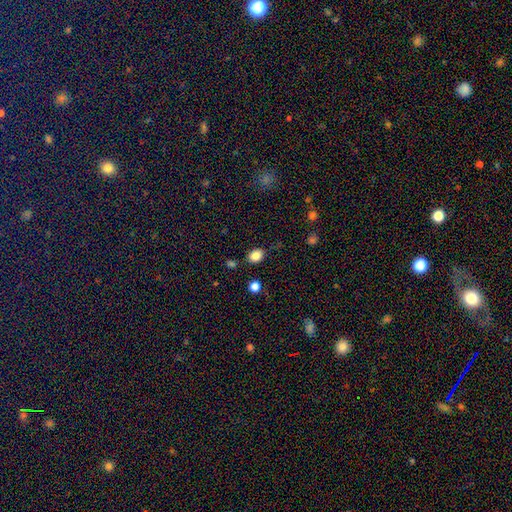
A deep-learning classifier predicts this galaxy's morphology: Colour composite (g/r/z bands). It shows a smooth galaxy with no disk features (85%) that is in between round and cigar-shaped (57%). Merging: none (81%).